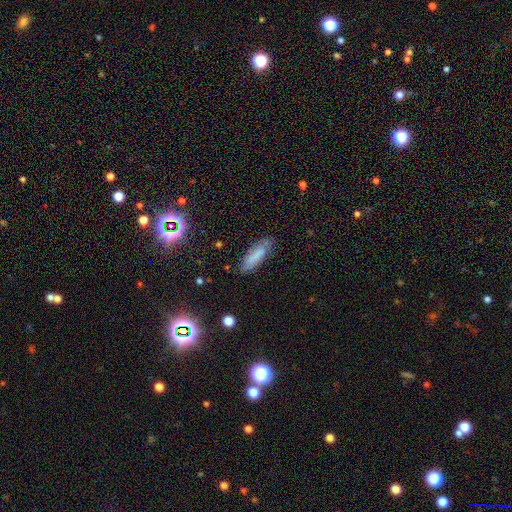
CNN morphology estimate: This is likely a smooth galaxy (72%). How rounded: possibly cigar-shaped (53%). Merging: likely none (73%).